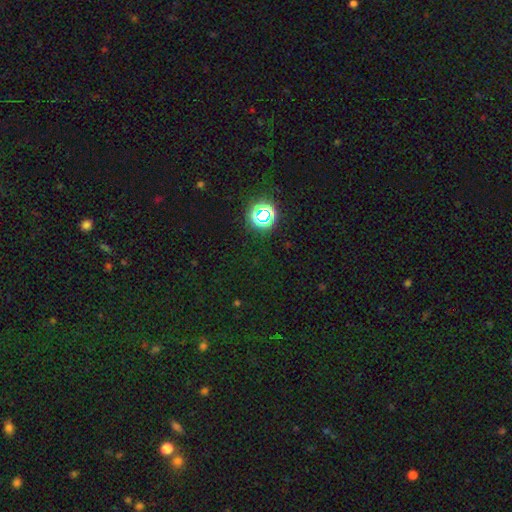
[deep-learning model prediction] smooth-or-featured: star or artifact: 70% | smooth: 23% | featured or disk: 6%